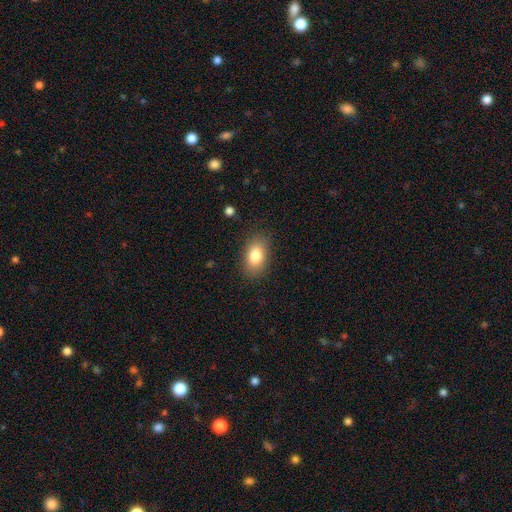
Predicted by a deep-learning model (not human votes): Overall: smooth (82%). How rounded: in between (89%). Merging: none (83%).